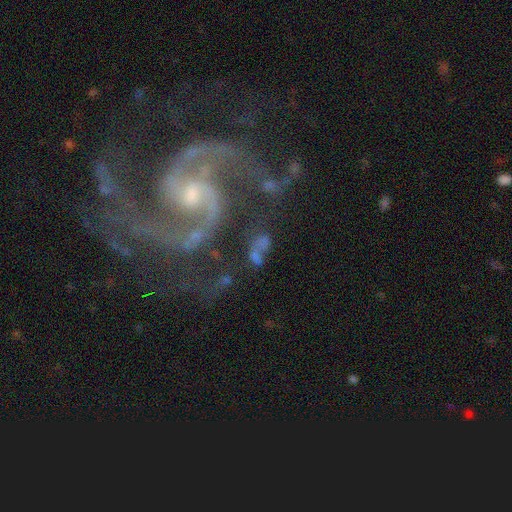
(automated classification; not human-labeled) smooth-or-featured: featured or disk: 39% (tied) | smooth: 39% (tied) | star or artifact: 22%
  merging: none: 39% | merger: 23% | major disturbance: 21% | minor disturbance: 18%